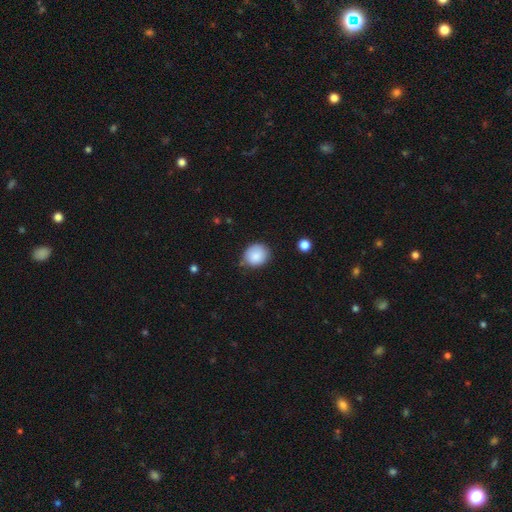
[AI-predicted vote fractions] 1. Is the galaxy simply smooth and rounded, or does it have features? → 86% smooth, 8% star or artifact, 5% featured or disk.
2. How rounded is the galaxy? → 75% round, 24% in between, 1% cigar-shaped.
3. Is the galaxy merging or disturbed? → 74% none, 19% minor disturbance, 4% major disturbance, 2% merger.